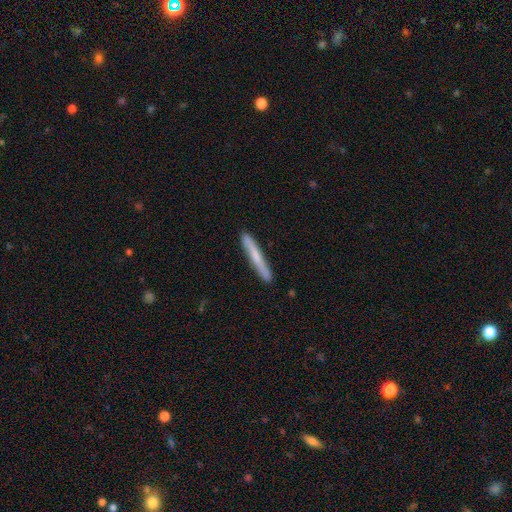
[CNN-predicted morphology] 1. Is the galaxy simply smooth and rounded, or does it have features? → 59% smooth, 35% featured or disk, 6% star or artifact.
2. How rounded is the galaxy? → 96% cigar-shaped, 3% in between, 1% round.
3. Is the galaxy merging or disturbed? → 88% none, 9% minor disturbance, 2% major disturbance, 1% merger.